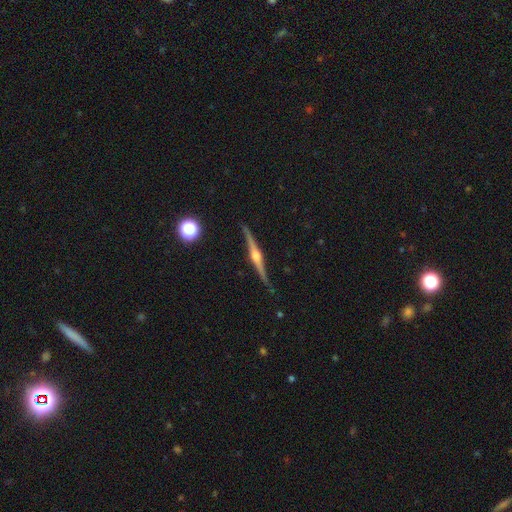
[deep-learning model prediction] Smooth or featured? featured or disk (87%)
Edge-on disk? yes (98%)
Edge-on bulge? rounded (90%)
Merging? none (89%)